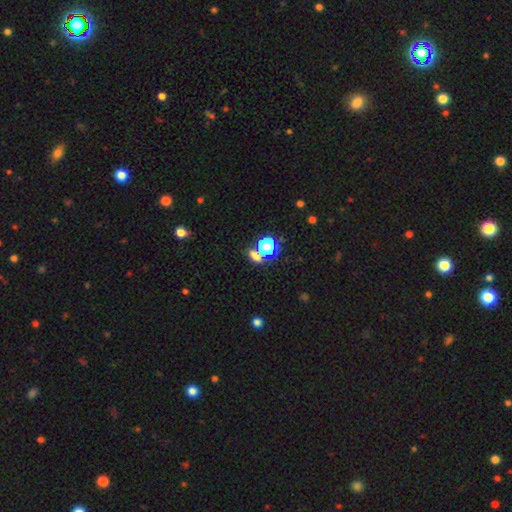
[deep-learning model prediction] smooth_or_featured: smooth (p=0.59) [alt: star or artifact p=0.31]
how_rounded: round (p=0.44) [tied with: in between p=0.44]
merging: none (p=0.59) [alt: merger p=0.27]